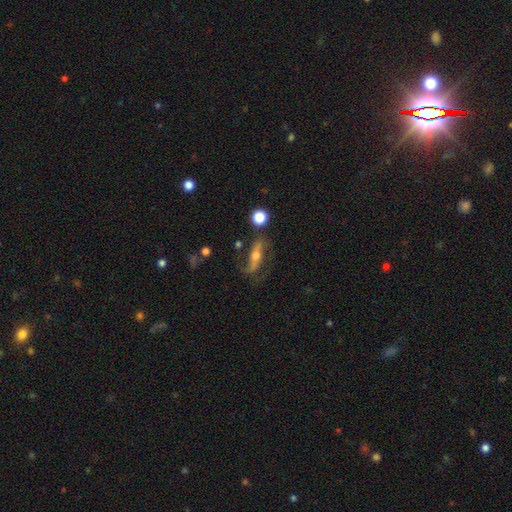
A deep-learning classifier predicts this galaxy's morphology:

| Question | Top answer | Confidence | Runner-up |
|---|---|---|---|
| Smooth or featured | featured or disk | 72% | smooth (19%) |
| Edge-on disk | no | 71% | yes (29%) |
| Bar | no | 38% | strong (36%) |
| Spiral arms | yes | 88% | no (12%) |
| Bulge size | moderate | 59% | small (29%) |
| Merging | none | 64% | minor disturbance (18%) |